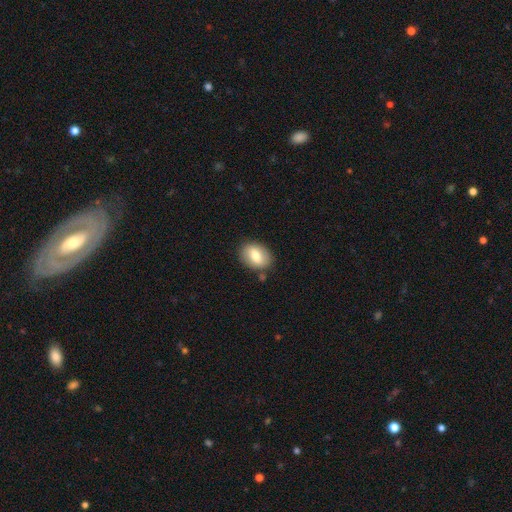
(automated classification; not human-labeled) This appears to be a smooth galaxy with no disk features (70%) that is in between round and cigar-shaped (73%). Merging: none (81%).